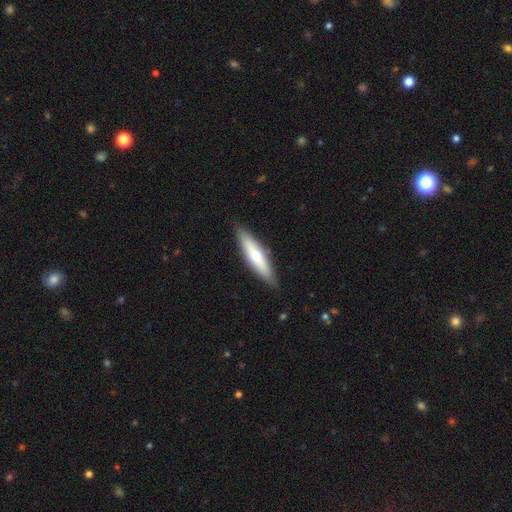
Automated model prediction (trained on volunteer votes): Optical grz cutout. It shows a smooth galaxy with no disk features (49%). Merging: none (88%).